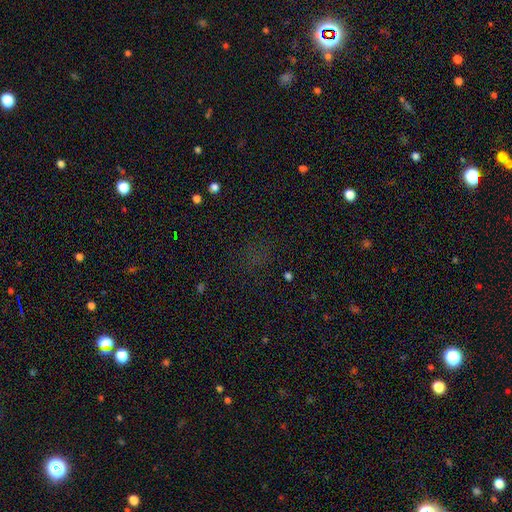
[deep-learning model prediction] Overall: star or artifact (55%; smooth 35%).